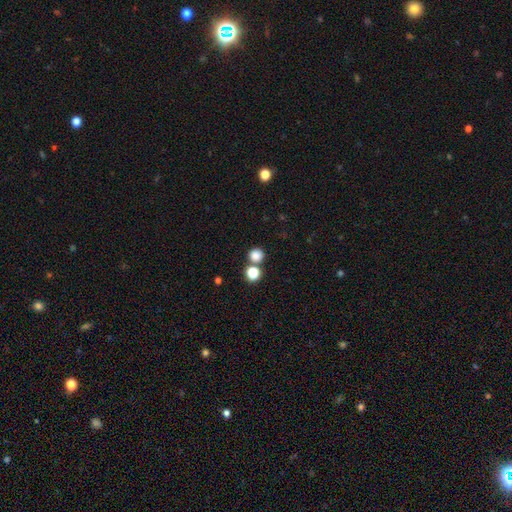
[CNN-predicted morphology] smooth 82%, star or artifact 14%, featured or disk 5%. Down the decision tree: how rounded — round (89%); merging — none (68%).